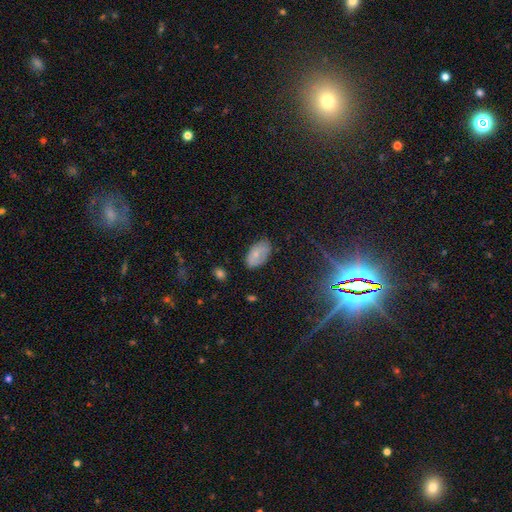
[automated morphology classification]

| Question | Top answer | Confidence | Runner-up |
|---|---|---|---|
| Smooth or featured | smooth | 70% | featured or disk (21%) |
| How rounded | in between | 93% | round (5%) |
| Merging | none | 69% | minor disturbance (23%) |